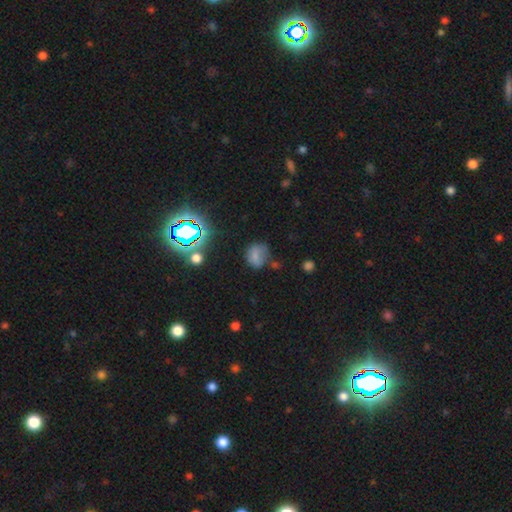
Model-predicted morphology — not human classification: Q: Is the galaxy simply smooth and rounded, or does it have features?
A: smooth — 66%.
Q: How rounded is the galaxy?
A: round — 53%.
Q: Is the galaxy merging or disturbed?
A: none — 51%.